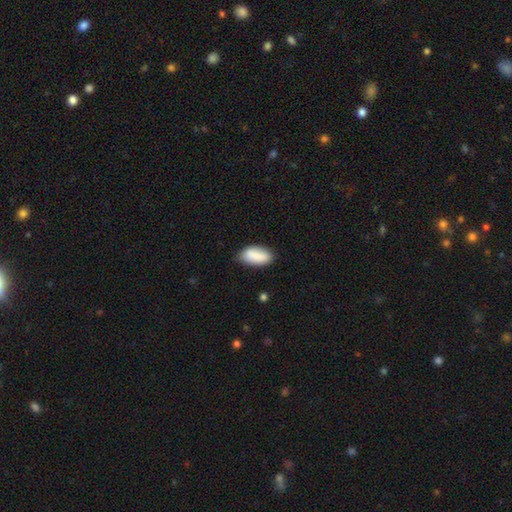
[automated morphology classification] smooth_or_featured: smooth (p=0.88) [alt: star or artifact p=0.06]
how_rounded: in between (p=0.91) [alt: cigar-shaped p=0.06]
merging: none (p=0.77) [alt: minor disturbance p=0.18]